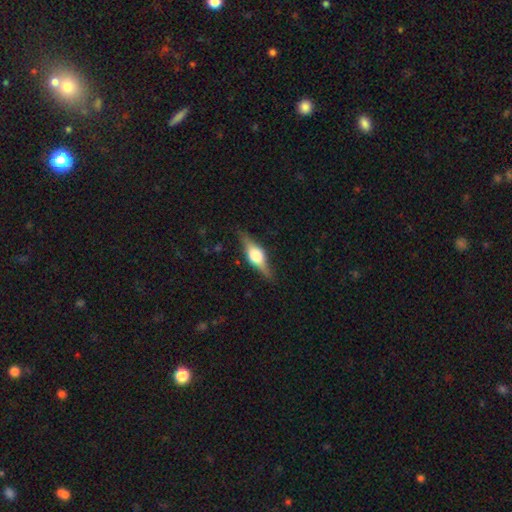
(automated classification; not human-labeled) Smooth or featured?
  - featured or disk: 72% *
  - smooth: 22%
  - star or artifact: 6%
Edge-on disk?
  - yes: 96% *
  - no: 4%
Edge-on bulge?
  - rounded: 91% *
  - boxy: 8%
  - none: 1%
Merging?
  - none: 85% *
  - minor disturbance: 11%
  - major disturbance: 3%
  - merger: 1%